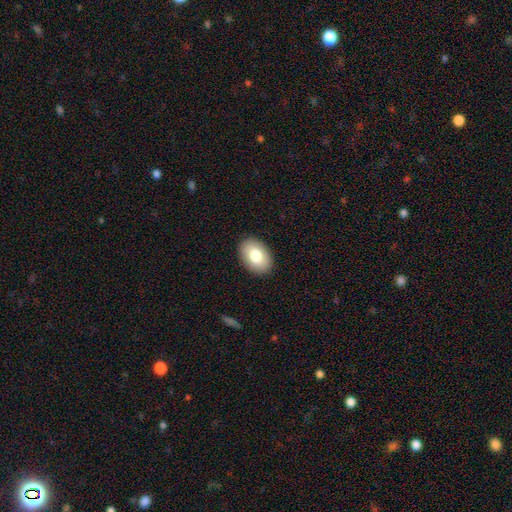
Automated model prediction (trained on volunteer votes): A smooth galaxy with no disk features (80%) that is in between round and cigar-shaped (85%).

Vote fractions:
- Smooth or featured? smooth: 80% / featured or disk: 13% / star or artifact: 7%
- How rounded? in between: 85% / round: 14% / cigar-shaped: 1%
- Merging? none: 90% / minor disturbance: 7% / major disturbance: 2% / merger: 1%